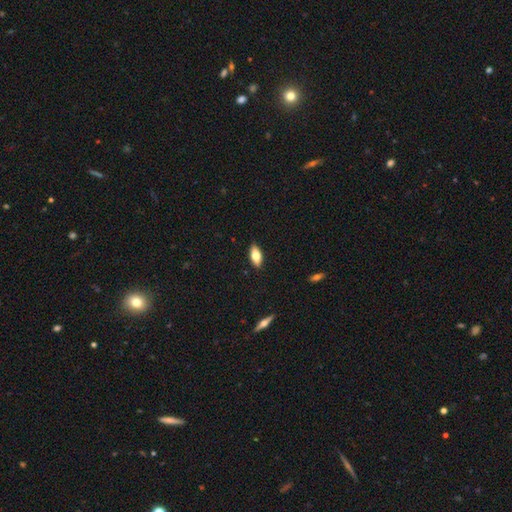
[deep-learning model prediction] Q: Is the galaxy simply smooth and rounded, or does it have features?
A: smooth — 71%.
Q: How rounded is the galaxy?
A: in between — 83%.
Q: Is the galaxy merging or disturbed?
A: none — 89%.